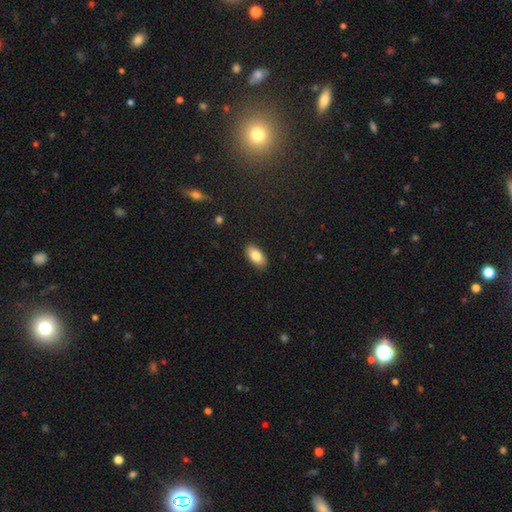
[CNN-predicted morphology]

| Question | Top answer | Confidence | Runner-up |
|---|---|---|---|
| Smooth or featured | smooth | 83% | featured or disk (10%) |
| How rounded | in between | 93% | cigar-shaped (4%) |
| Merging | none | 89% | minor disturbance (8%) |